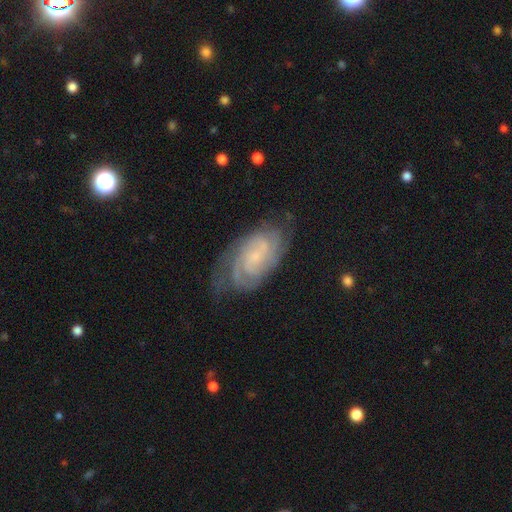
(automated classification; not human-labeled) featured or disk 83%, smooth 11%, star or artifact 6%. Down the decision tree: edge-on disk — no (96%); bar — no (60%); spiral arms — yes (96%); spiral arm count — 2 (35%); spiral winding — tight (65%); bulge size — small (70%); merging — none (69%).